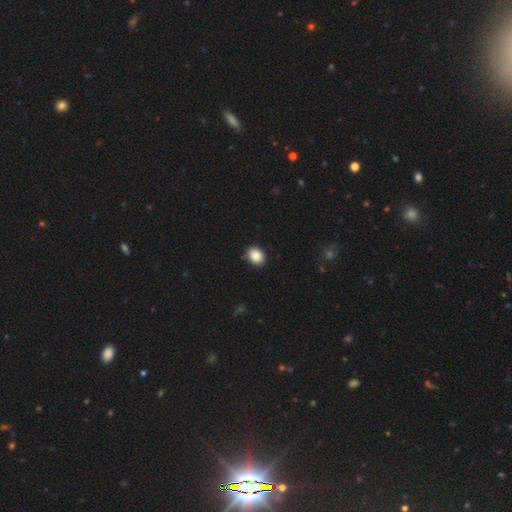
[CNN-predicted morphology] A smooth galaxy with no disk features (88%) that is in between round and cigar-shaped (58%).

Vote fractions:
- Smooth or featured? smooth: 88% / star or artifact: 8% / featured or disk: 4%
- How rounded? in between: 58% / round: 41% / cigar-shaped: 1%
- Merging? none: 87% / minor disturbance: 9% / major disturbance: 2% / merger: 1%